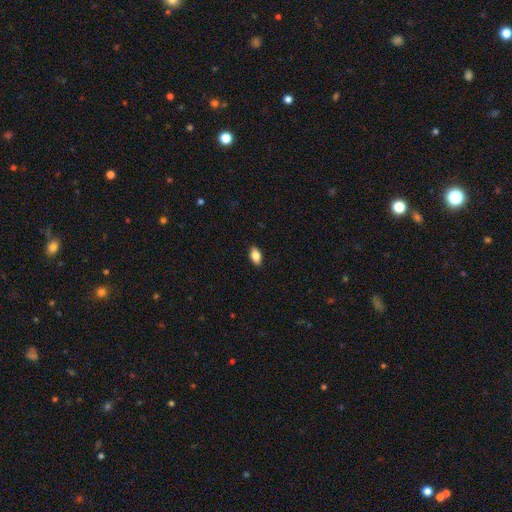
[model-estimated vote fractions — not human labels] Q: Smooth or featured?
A: smooth (84%); runner-up: featured or disk (9%)
Q: How rounded?
A: in between (91%); runner-up: round (5%)
Q: Merging?
A: none (89%); runner-up: minor disturbance (8%)